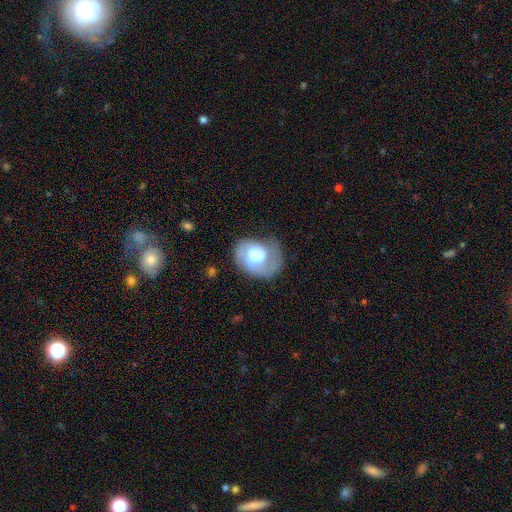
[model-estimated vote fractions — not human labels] Q: Smooth or featured?
A: featured or disk (52%); runner-up: smooth (41%)
Q: Edge-on disk?
A: no (97%); runner-up: yes (3%)
Q: Bar?
A: no (62%); runner-up: weak (32%)
Q: Spiral arms?
A: yes (74%); runner-up: no (26%)
Q: Bulge size?
A: large (48%); runner-up: moderate (33%)
Q: Merging?
A: none (47%); runner-up: minor disturbance (29%)